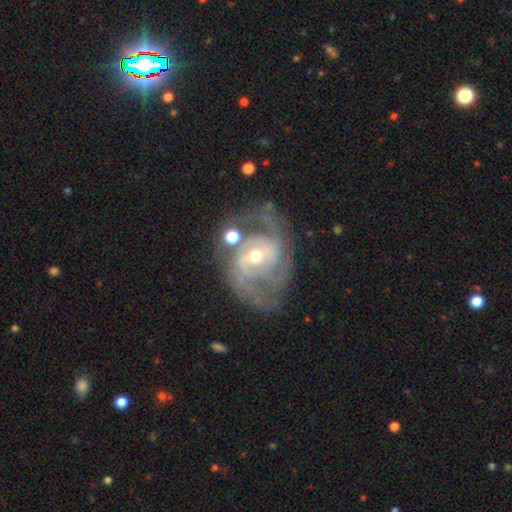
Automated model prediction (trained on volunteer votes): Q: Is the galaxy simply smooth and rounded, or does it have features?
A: featured or disk — 88%.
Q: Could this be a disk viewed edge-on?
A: no — 97%.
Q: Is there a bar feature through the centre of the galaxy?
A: weak — 45%.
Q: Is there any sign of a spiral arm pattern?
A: yes — 94%.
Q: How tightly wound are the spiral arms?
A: medium — 47%.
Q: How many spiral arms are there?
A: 2 — 60%.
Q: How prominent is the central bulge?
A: moderate — 60%.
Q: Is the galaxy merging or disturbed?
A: none — 59%.